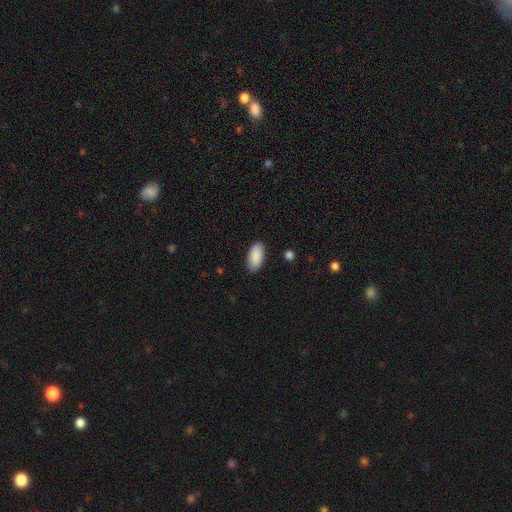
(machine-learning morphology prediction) This is clearly a smooth galaxy (90%). How rounded: clearly in between (94%). Merging: clearly none (87%).